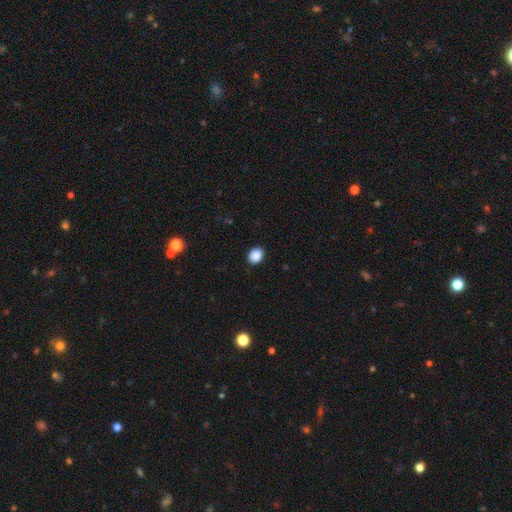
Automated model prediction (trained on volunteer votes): Smooth or featured: smooth — 88% (star or artifact — 9%)
How rounded: round — 56% (in between — 44%)
Merging: none — 91% (minor disturbance — 6%)